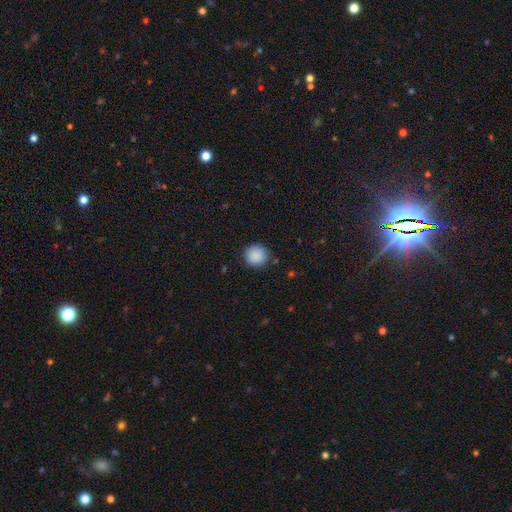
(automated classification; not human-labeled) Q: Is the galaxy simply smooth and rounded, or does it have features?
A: smooth — 89%.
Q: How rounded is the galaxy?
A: round — 93%.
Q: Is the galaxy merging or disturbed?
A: none — 88%.